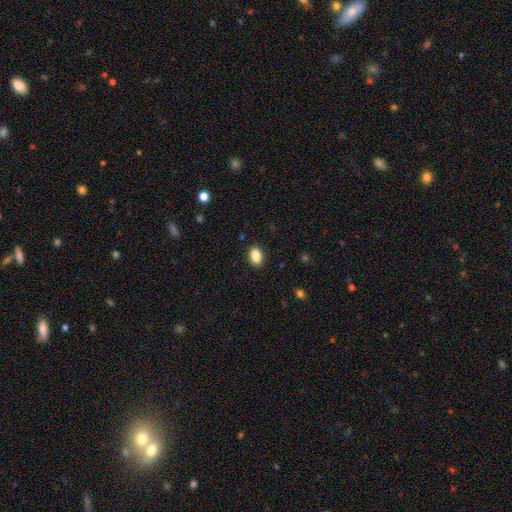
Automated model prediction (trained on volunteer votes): smooth 88%, star or artifact 8%, featured or disk 4%. Down the decision tree: how rounded — in between (86%); merging — none (89%).